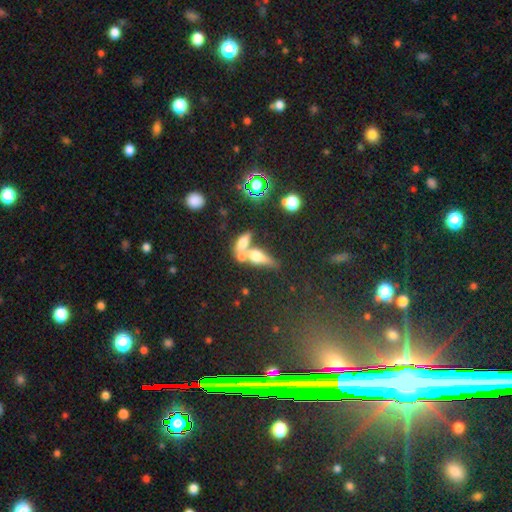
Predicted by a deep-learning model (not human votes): This is possibly a smooth galaxy (48%). Merging: possibly merger (56%).